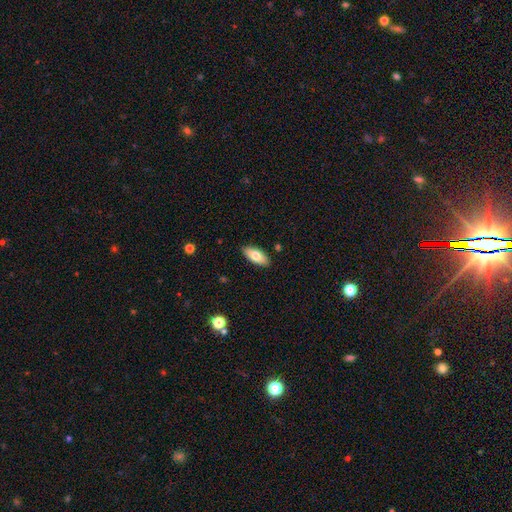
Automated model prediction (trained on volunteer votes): The model was most divided on "smooth or featured": smooth: 77%, featured or disk: 17%, star or artifact: 7%. More confident: merging — none (88%); how rounded — in between (87%).